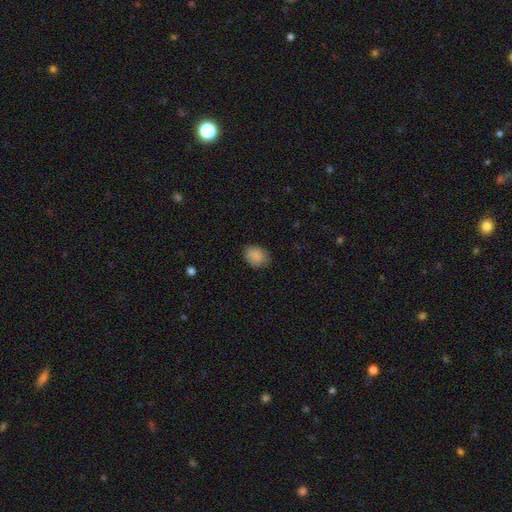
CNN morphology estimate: Smooth or featured? smooth (88%)
How rounded? in between (62%)
Merging? none (81%)